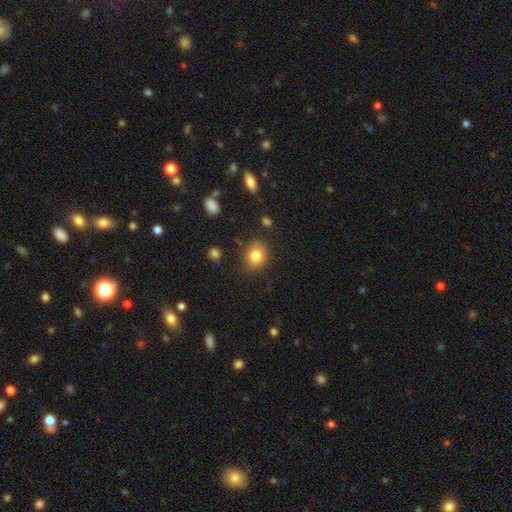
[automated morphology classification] A smooth galaxy with no disk features (81%) that is round (67%). Merging: none (83%).